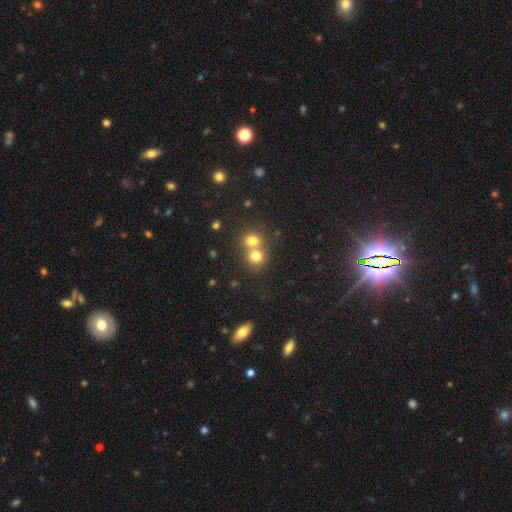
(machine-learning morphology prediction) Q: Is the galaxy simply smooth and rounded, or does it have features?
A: smooth — 75%.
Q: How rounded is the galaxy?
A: round — 80%.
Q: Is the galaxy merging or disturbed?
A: merger — 58%.